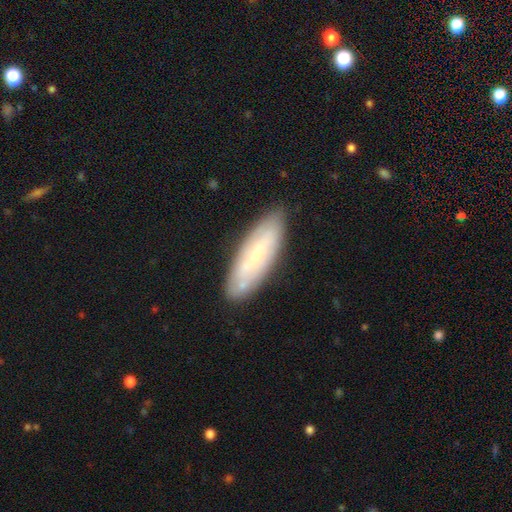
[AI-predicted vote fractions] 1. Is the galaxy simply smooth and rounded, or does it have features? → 49% smooth, 44% featured or disk, 7% star or artifact.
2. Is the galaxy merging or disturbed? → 82% none, 13% minor disturbance, 3% major disturbance, 2% merger.